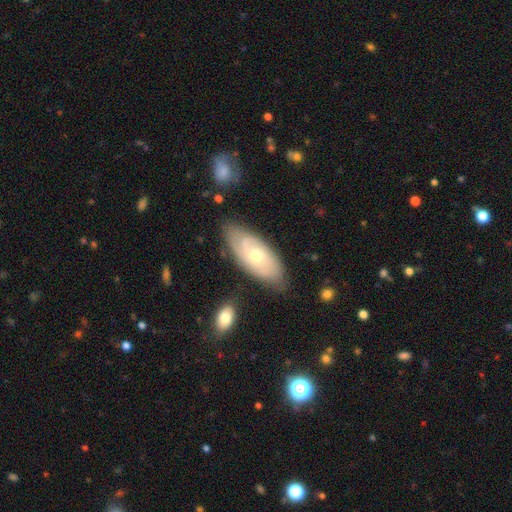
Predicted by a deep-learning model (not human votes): Smooth or featured? featured or disk (64%)
Edge-on disk? no (89%)
Bar? no (74%)
Spiral arms? yes (82%)
Bulge size? moderate (58%)
Merging? none (71%)